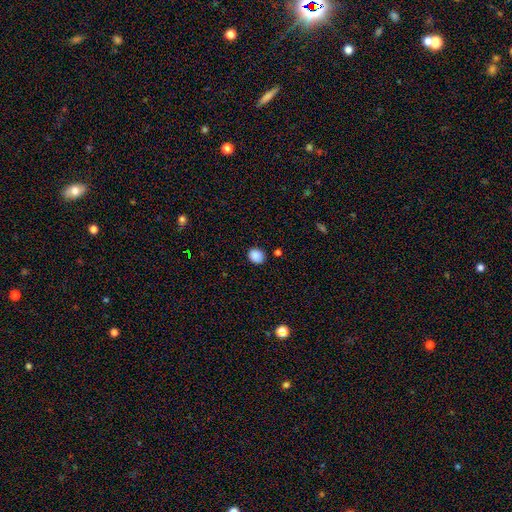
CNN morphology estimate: The model was most divided on "how rounded": round: 67%, in between: 32%, cigar-shaped: 1%. More confident: smooth or featured — smooth (88%); merging — none (87%).